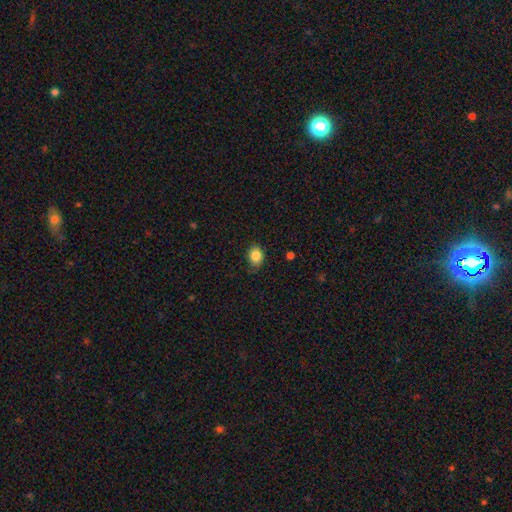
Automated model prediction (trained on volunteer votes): This appears to be a smooth galaxy with no disk features (85%) that is in between round and cigar-shaped (55%). Merging: none (79%).